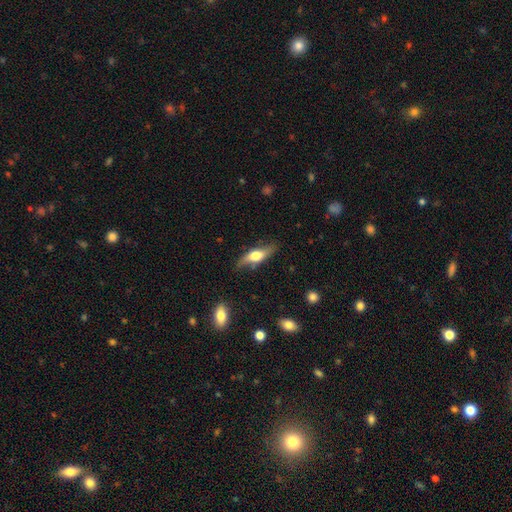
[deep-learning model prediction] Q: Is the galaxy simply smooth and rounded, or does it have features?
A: featured or disk — 49%.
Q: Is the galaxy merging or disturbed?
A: none — 76%.